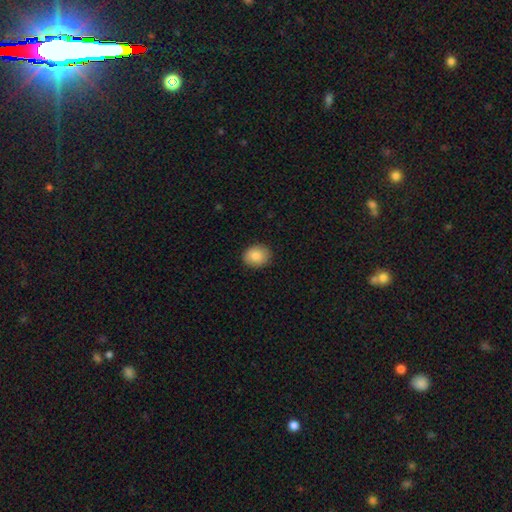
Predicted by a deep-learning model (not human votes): Smooth or featured? smooth (85%)
How rounded? round (59%)
Merging? none (89%)